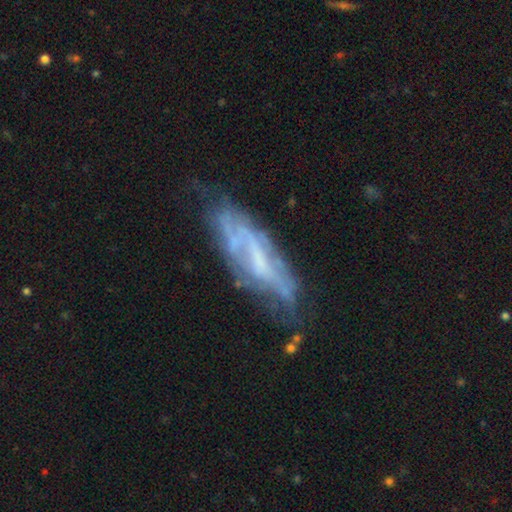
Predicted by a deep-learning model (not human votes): A featured or disk galaxy (69%).

Vote fractions:
- Smooth or featured? featured or disk: 69% / smooth: 22% / star or artifact: 9%
- Edge-on disk? no: 72% / yes: 28%
- Merging? none: 48% / minor disturbance: 29% / major disturbance: 18% / merger: 5%